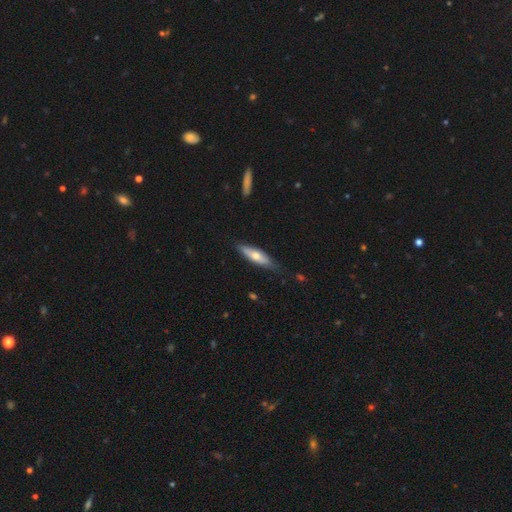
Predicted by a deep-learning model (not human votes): This is possibly a smooth galaxy (57%). How rounded: possibly cigar-shaped (58%). Merging: likely none (78%).